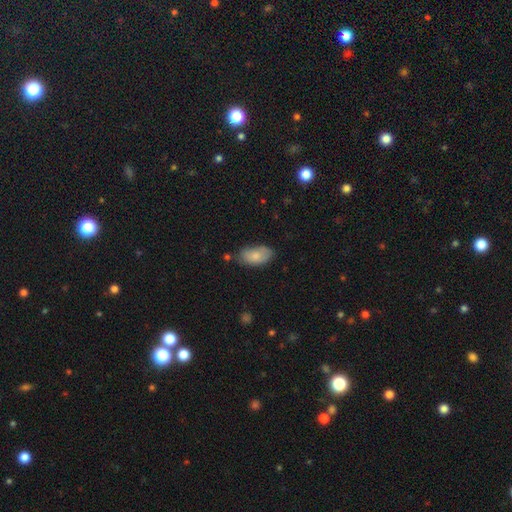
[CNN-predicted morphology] Q: Smooth or featured?
A: smooth (80%); runner-up: featured or disk (13%)
Q: How rounded?
A: in between (94%); runner-up: round (4%)
Q: Merging?
A: none (66%); runner-up: minor disturbance (26%)